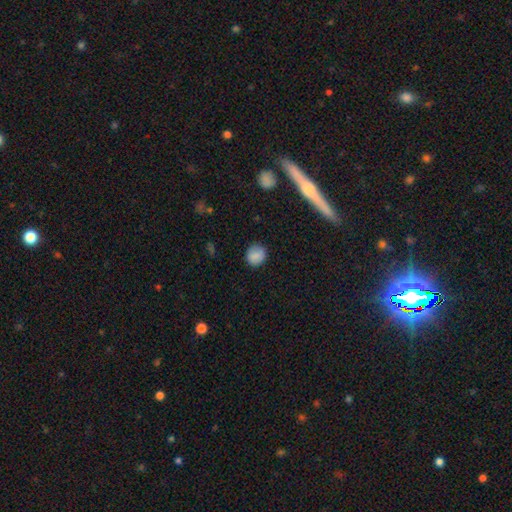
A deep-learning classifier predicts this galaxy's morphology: smooth_or_featured: smooth (p=0.84) [alt: star or artifact p=0.09]
how_rounded: round (p=0.85) [alt: in between p=0.14]
merging: none (p=0.85) [alt: minor disturbance p=0.11]